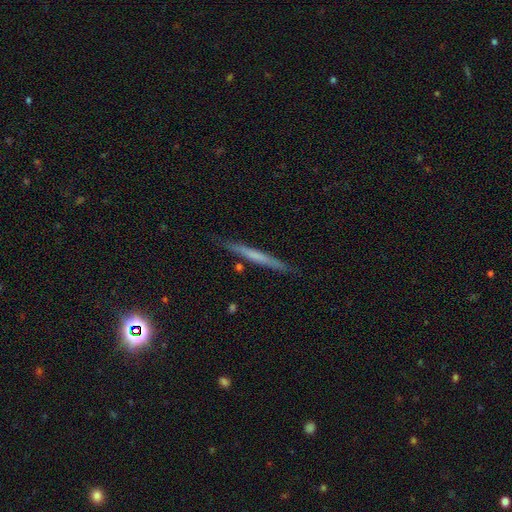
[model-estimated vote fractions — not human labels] A smooth galaxy with no disk features (48%). Merging: none (88%).